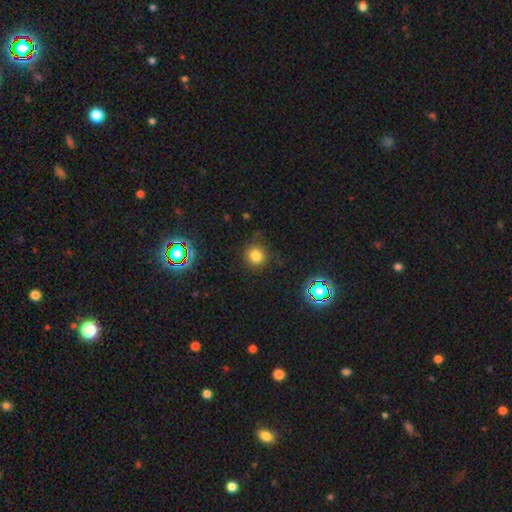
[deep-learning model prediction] Overall: smooth (77%). How rounded: round (92%). Merging: none (85%).